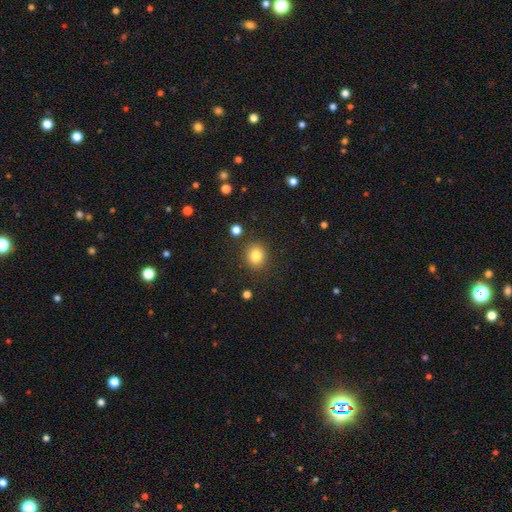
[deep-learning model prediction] Smooth or featured? smooth (83%)
How rounded? round (82%)
Merging? none (87%)